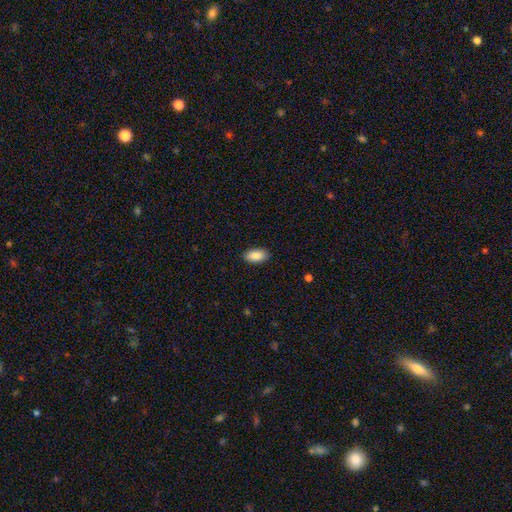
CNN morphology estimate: Smooth or featured? smooth (89%)
How rounded? in between (94%)
Merging? none (89%)